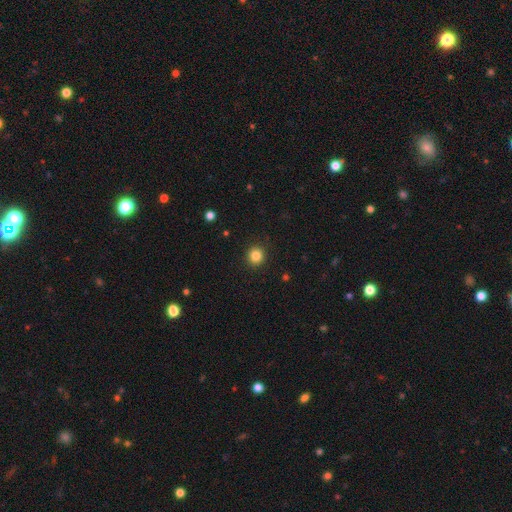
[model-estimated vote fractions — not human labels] A smooth galaxy with no disk features (84%) that is round (92%). Merging: none (92%).